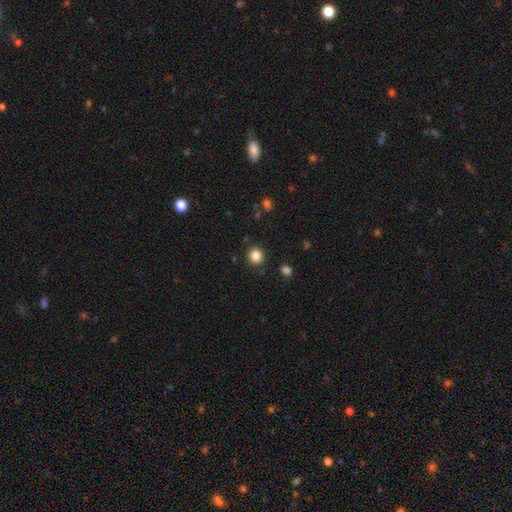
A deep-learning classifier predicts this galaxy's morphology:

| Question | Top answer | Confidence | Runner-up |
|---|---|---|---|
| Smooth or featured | smooth | 84% | star or artifact (12%) |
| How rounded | round | 92% | in between (7%) |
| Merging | none | 90% | minor disturbance (6%) |